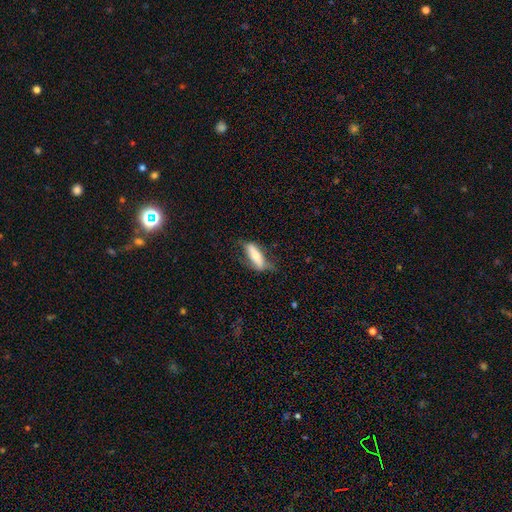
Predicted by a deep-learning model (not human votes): Q: Smooth or featured?
A: smooth (54%); runner-up: featured or disk (40%)
Q: How rounded?
A: in between (53%); runner-up: cigar-shaped (45%)
Q: Merging?
A: none (58%); runner-up: minor disturbance (28%)